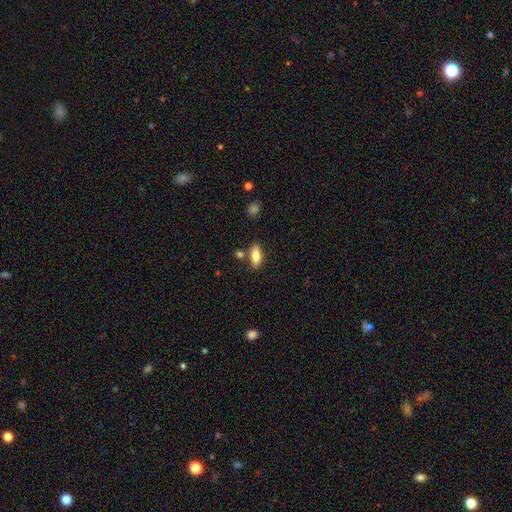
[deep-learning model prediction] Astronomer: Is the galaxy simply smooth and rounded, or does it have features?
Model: smooth — 81%.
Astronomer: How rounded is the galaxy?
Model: in between — 80%.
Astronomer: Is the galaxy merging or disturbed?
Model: none — 78%.